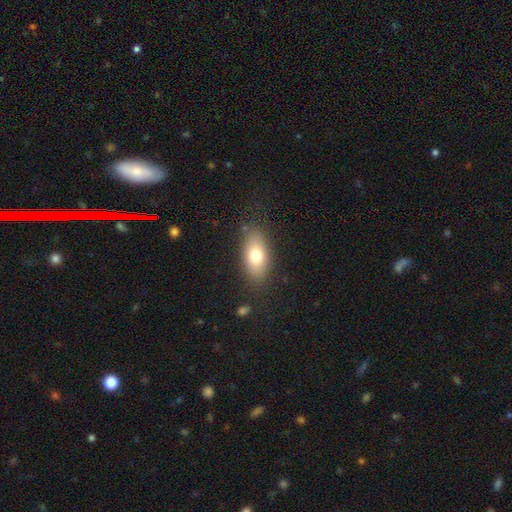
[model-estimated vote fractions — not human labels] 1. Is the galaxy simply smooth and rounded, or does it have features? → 75% smooth, 17% featured or disk, 8% star or artifact.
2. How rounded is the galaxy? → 87% in between, 7% cigar-shaped, 5% round.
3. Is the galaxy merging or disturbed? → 82% none, 12% minor disturbance, 4% major disturbance, 2% merger.